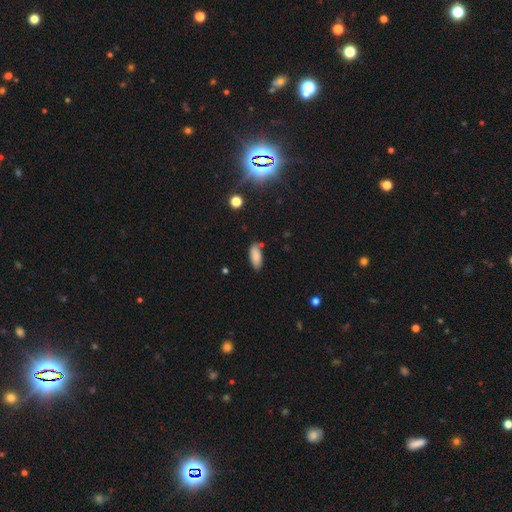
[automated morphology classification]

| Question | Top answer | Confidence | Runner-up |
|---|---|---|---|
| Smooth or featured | smooth | 85% | star or artifact (8%) |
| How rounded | in between | 85% | cigar-shaped (13%) |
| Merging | none | 74% | minor disturbance (19%) |